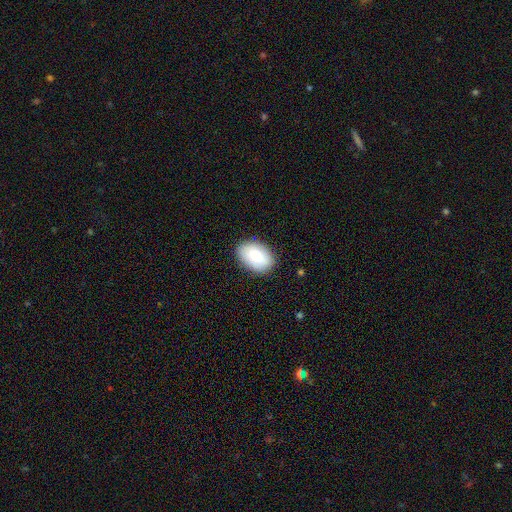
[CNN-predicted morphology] A smooth galaxy with no disk features (82%) that is in between round and cigar-shaped (90%).

Vote fractions:
- Smooth or featured? smooth: 82% / featured or disk: 12% / star or artifact: 6%
- How rounded? in between: 90% / round: 9% / cigar-shaped: 1%
- Merging? none: 86% / minor disturbance: 10% / major disturbance: 2% / merger: 1%